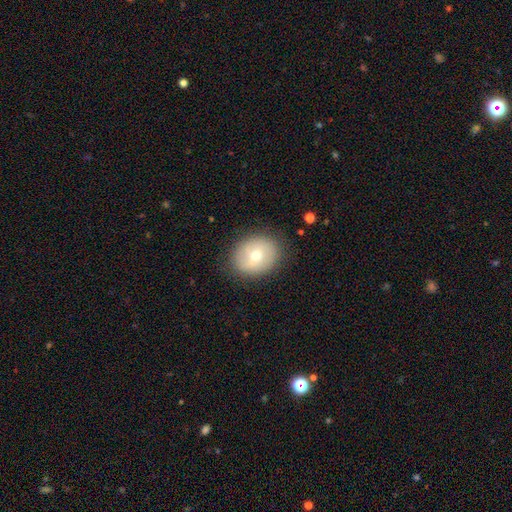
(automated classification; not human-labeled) Smooth or featured: smooth — 63% (featured or disk — 29%)
How rounded: round — 62% (in between — 37%)
Merging: none — 84% (minor disturbance — 11%)